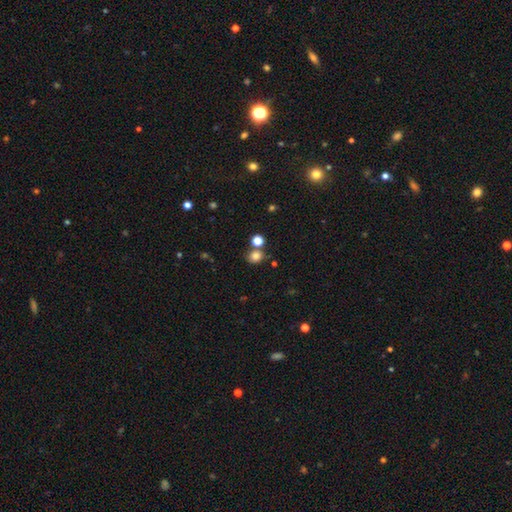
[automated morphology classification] A smooth galaxy with no disk features (79%) that is round (73%).

Vote fractions:
- Smooth or featured? smooth: 79% / star or artifact: 15% / featured or disk: 6%
- How rounded? round: 73% / in between: 26% / cigar-shaped: 1%
- Merging? none: 71% / merger: 15% / minor disturbance: 10% / major disturbance: 3%